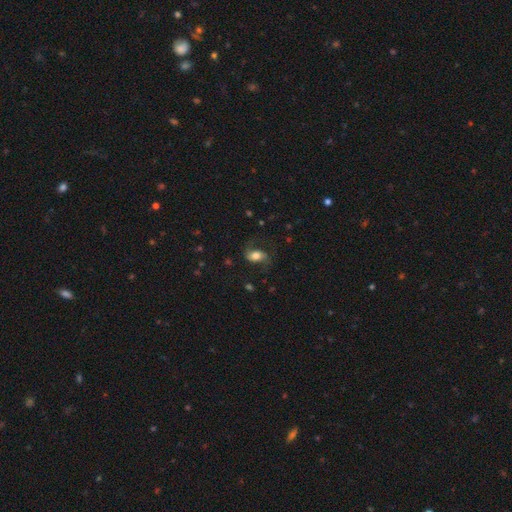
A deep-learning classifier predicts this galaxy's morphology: smooth_or_featured: smooth (p=0.51) [alt: featured or disk p=0.40]
how_rounded: in between (p=0.83) [alt: round p=0.14]
merging: none (p=0.62) [alt: minor disturbance p=0.20]